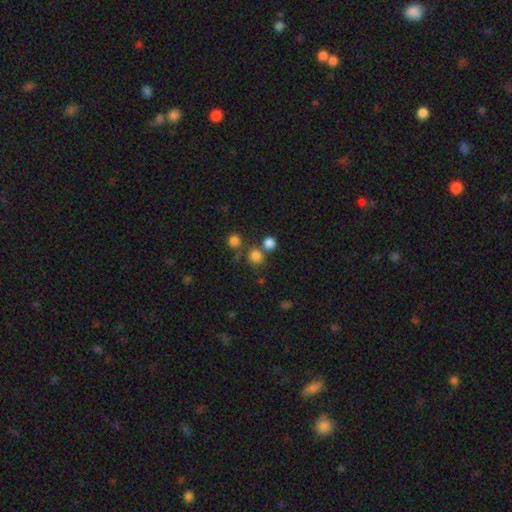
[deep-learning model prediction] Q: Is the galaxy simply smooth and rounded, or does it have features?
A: smooth — 79%.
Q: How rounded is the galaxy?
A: round — 90%.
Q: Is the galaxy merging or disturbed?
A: none — 68%.